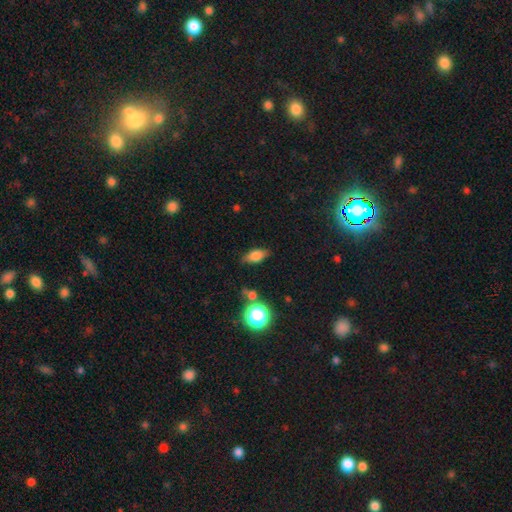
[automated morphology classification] Overall: smooth (69%). How rounded: in between (75%). Merging: none (79%).